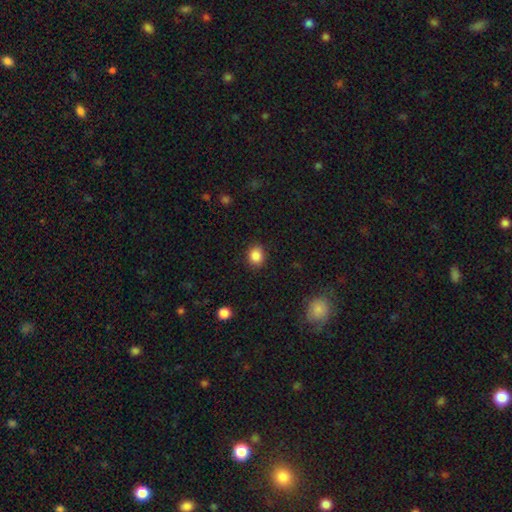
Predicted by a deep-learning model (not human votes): Smooth or featured? Predicted: smooth (p=0.87). How rounded? Predicted: round (p=0.60). Merging? Predicted: none (p=0.87).